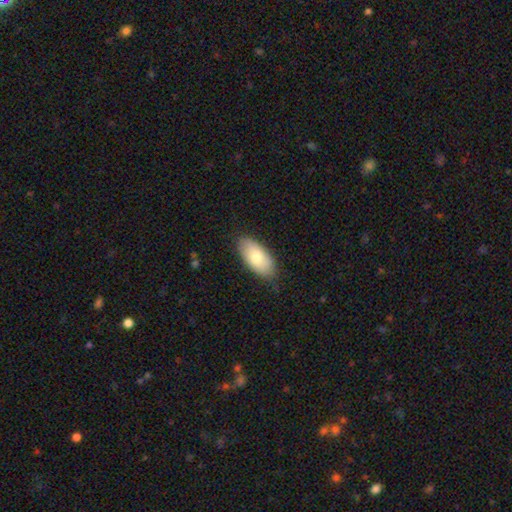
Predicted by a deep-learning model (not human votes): This appears to be a smooth galaxy with no disk features (75%) that is in between round and cigar-shaped (92%). Merging: none (81%).